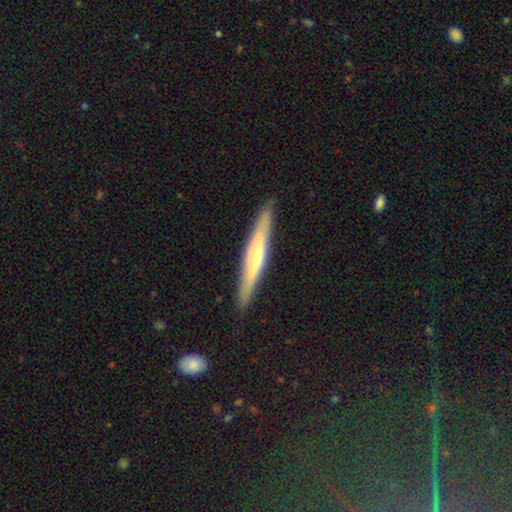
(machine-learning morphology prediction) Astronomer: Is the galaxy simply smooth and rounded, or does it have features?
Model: featured or disk — 52% (runner-up: smooth, 42%).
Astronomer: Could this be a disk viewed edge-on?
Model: yes — 94%.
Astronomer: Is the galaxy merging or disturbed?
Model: none — 90%.